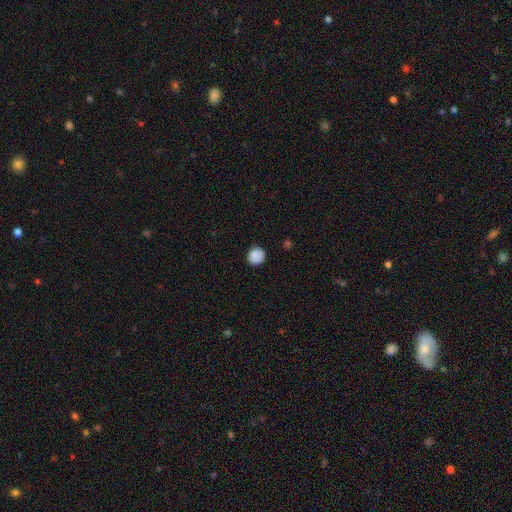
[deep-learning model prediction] The model was most divided on "merging": none: 85%, minor disturbance: 11%, major disturbance: 2%, merger: 1%. More confident: how rounded — round (91%); smooth or featured — smooth (86%).